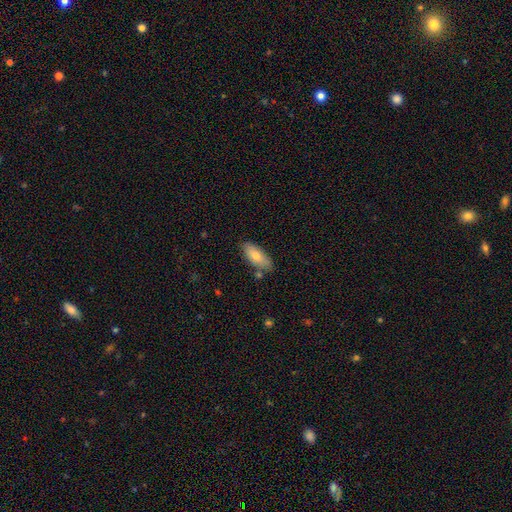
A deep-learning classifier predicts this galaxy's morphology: Smooth or featured? smooth (75%)
How rounded? in between (79%)
Merging? none (78%)